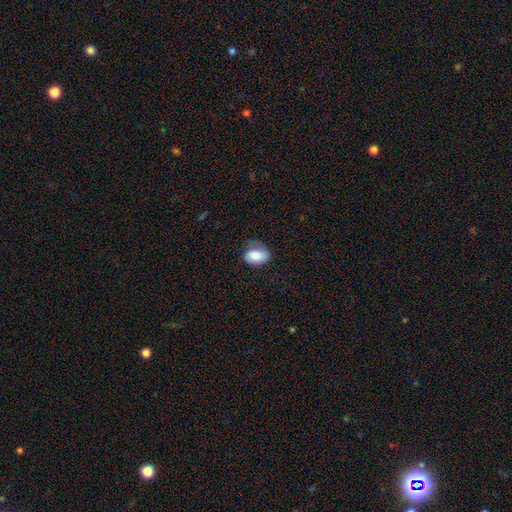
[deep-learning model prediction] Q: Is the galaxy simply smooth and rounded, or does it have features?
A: smooth — 81%.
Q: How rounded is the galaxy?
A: in between — 85%.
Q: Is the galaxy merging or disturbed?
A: none — 52%.